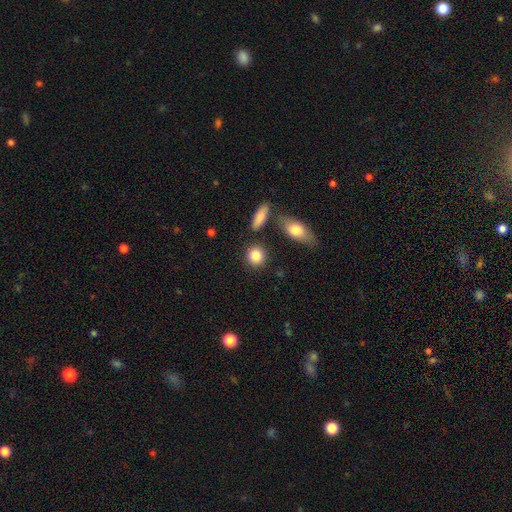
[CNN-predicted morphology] Smooth or featured: smooth — 85% (star or artifact — 8%)
How rounded: round — 78% (in between — 20%)
Merging: none — 82% (minor disturbance — 9%)